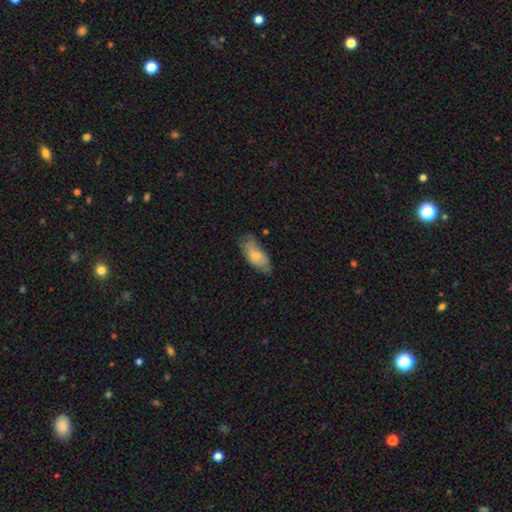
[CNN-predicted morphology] Smooth or featured? Predicted: smooth (p=0.68). How rounded? Predicted: in between (p=0.88). Merging? Predicted: none (p=0.57).